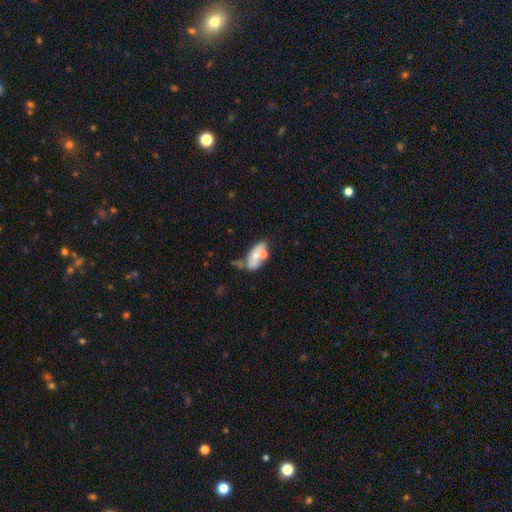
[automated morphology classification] smooth-or-featured: smooth: 47% | featured or disk: 45% | star or artifact: 8%
  merging: merger: 43% | none: 28% | minor disturbance: 17% | major disturbance: 12%